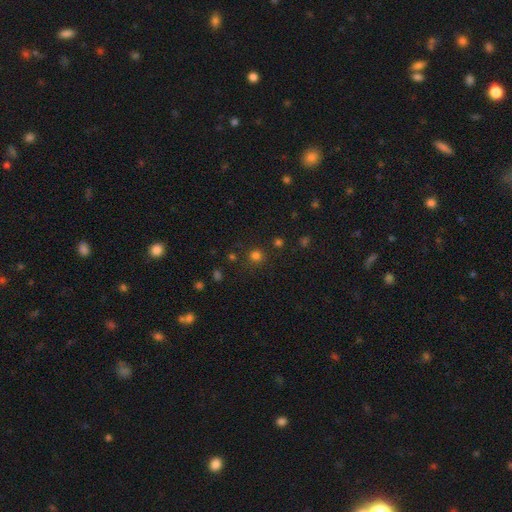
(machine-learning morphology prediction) Overall: smooth (75%). How rounded: round (92%). Merging: none (84%).